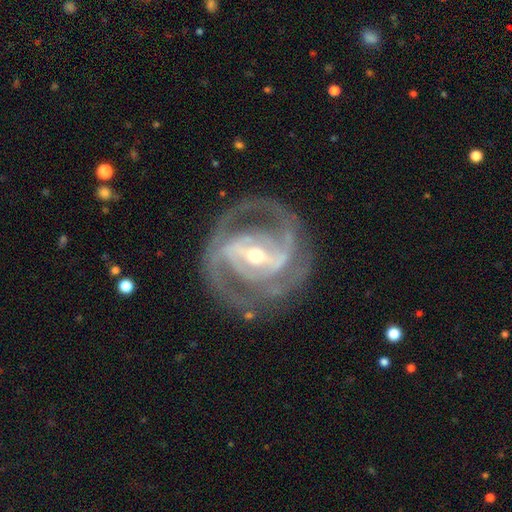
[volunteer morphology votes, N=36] smooth_or_featured: featured or disk (p=0.97) [alt: smooth p=0.03]
disk_edge_on: no (p=0.97) [alt: yes p=0.03]
bar: strong (p=0.44) [alt: weak p=0.38]
has_spiral_arms: yes (p=0.94) [alt: no p=0.06]
spiral_winding: tight (p=0.56) [alt: medium p=0.34]
spiral_arm_count: 2 (p=0.38) [alt: 3 p=0.28]
bulge_size: small (p=0.53) [alt: moderate p=0.38]
merging: none (p=0.72) [alt: minor disturbance p=0.17]